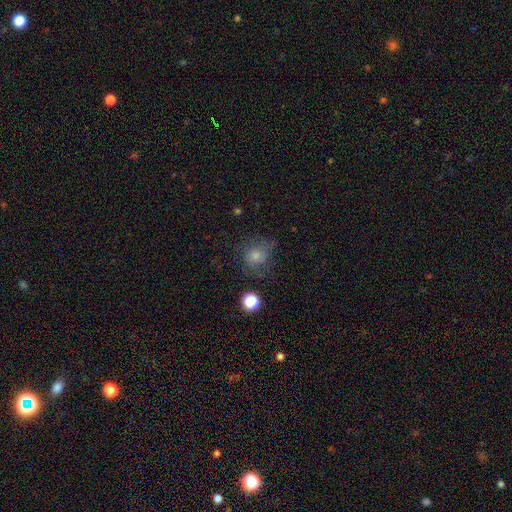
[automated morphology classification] Smooth or featured? Predicted: smooth (p=0.52). How rounded? Predicted: round (p=0.80). Merging? Predicted: none (p=0.65).